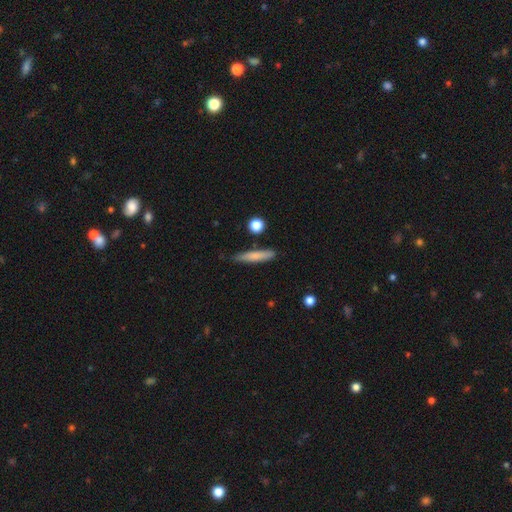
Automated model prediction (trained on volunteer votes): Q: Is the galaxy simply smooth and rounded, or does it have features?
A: smooth — 76%.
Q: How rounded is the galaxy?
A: cigar-shaped — 88%.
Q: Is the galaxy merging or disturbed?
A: none — 81%.